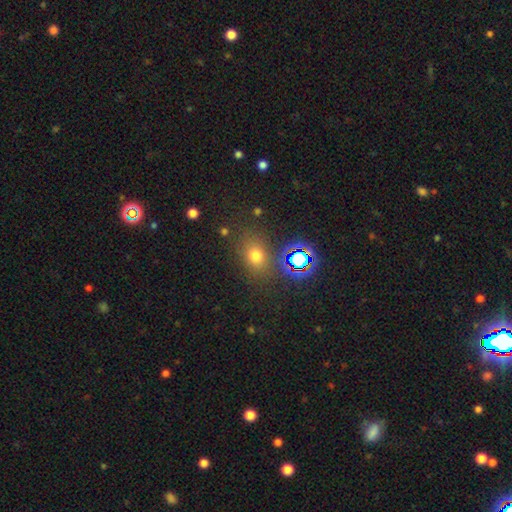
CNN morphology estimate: A smooth galaxy with no disk features (65%) that is round (50%). Merging: none (78%).